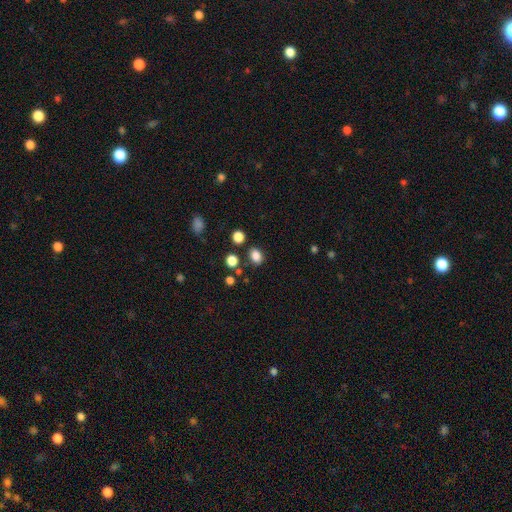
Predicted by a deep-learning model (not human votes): smooth-or-featured: smooth: 83% | star or artifact: 13% | featured or disk: 5%
  how-rounded: in between: 60% | round: 39% | cigar-shaped: 1%
  merging: none: 79% | minor disturbance: 11% | merger: 6% | major disturbance: 4%